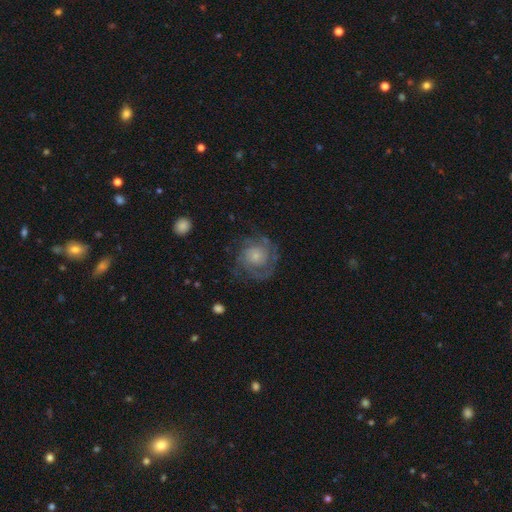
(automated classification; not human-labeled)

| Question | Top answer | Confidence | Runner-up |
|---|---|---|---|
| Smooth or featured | featured or disk | 73% | smooth (20%) |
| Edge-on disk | no | 98% | yes (2%) |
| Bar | no | 80% | weak (17%) |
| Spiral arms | yes | 89% | no (11%) |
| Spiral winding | tight | 58% | medium (31%) |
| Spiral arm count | can't tell | 35% | 2 (27%) |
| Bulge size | small | 61% | moderate (26%) |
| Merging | none | 68% | minor disturbance (17%) |